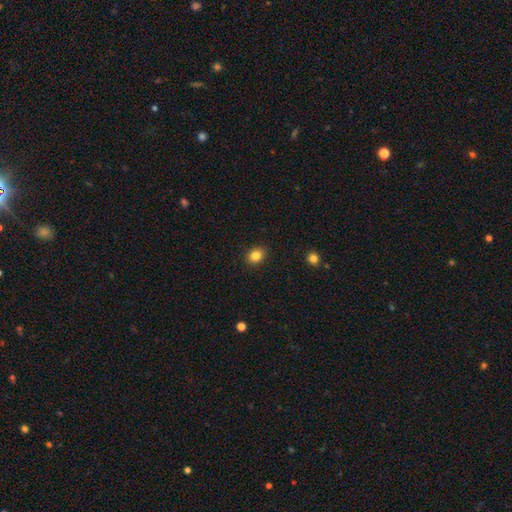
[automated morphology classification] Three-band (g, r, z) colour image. It shows a smooth galaxy with no disk features (84%) that is round (51%). Merging: none (90%).